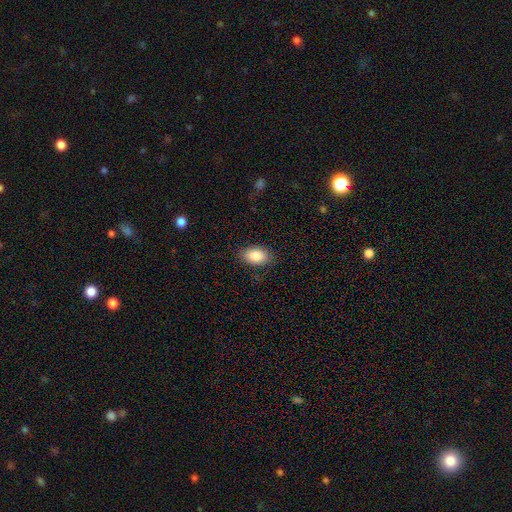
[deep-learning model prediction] Smooth or featured?
  - smooth: 87% *
  - star or artifact: 7%
  - featured or disk: 6%
How rounded?
  - in between: 88% *
  - round: 10%
  - cigar-shaped: 1%
Merging?
  - none: 86% *
  - minor disturbance: 10%
  - major disturbance: 3%
  - merger: 1%